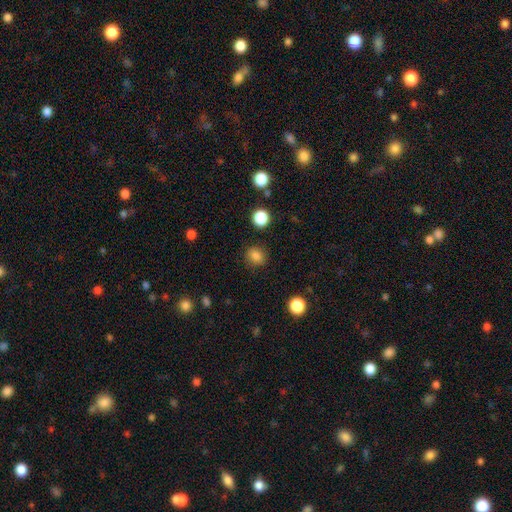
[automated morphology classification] Smooth or featured? smooth (83%)
How rounded? round (76%)
Merging? none (87%)